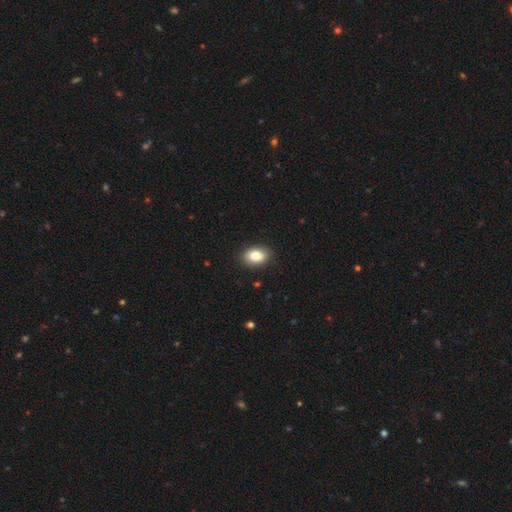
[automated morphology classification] type=smooth (83%); roundness=in between (85%); merging=none (89%).